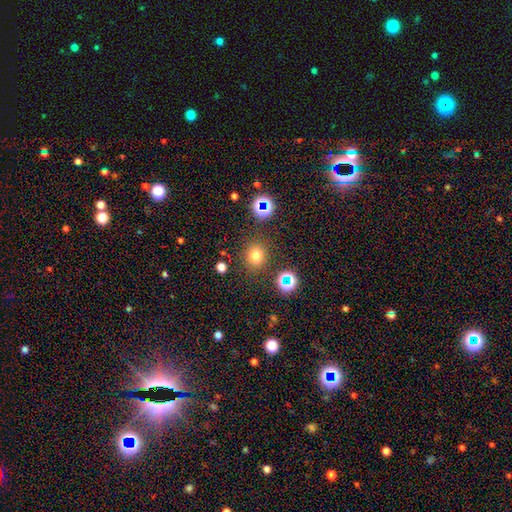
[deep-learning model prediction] smooth 73%, star or artifact 21%, featured or disk 7%. Down the decision tree: how rounded — round (85%); merging — none (85%).